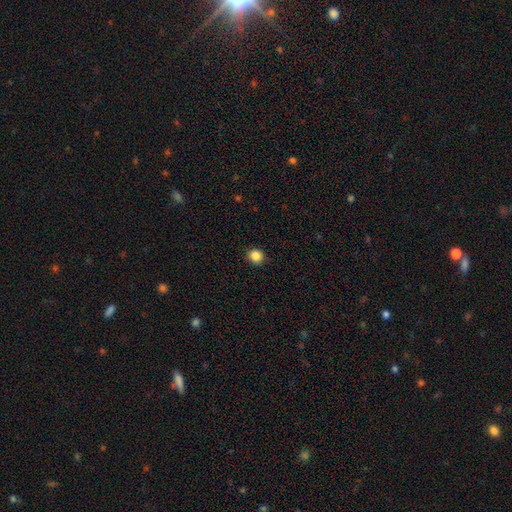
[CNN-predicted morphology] smooth_or_featured: smooth (p=0.86) [alt: star or artifact p=0.11]
how_rounded: round (p=0.85) [alt: in between p=0.14]
merging: none (p=0.91) [alt: minor disturbance p=0.06]